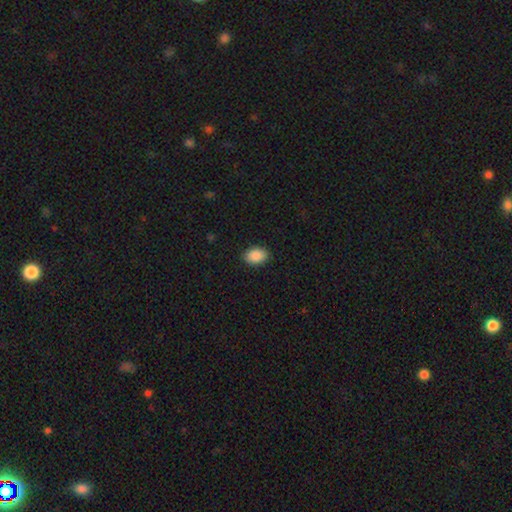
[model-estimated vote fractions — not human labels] Q: Smooth or featured?
A: smooth (90%); runner-up: star or artifact (7%)
Q: How rounded?
A: in between (83%); runner-up: round (16%)
Q: Merging?
A: none (89%); runner-up: minor disturbance (8%)